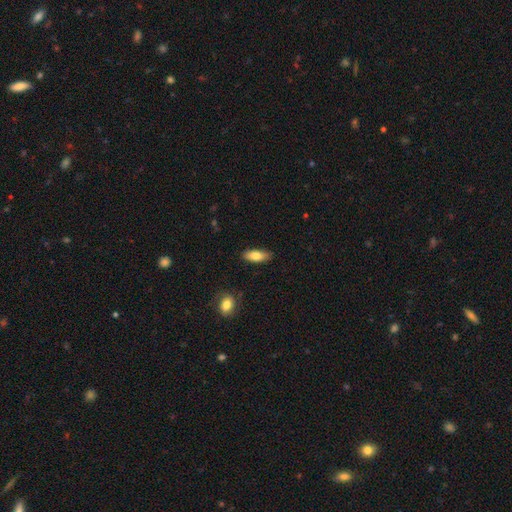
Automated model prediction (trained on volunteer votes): Smooth or featured? Predicted: smooth (p=0.80). How rounded? Predicted: in between (p=0.73). Merging? Predicted: none (p=0.85).